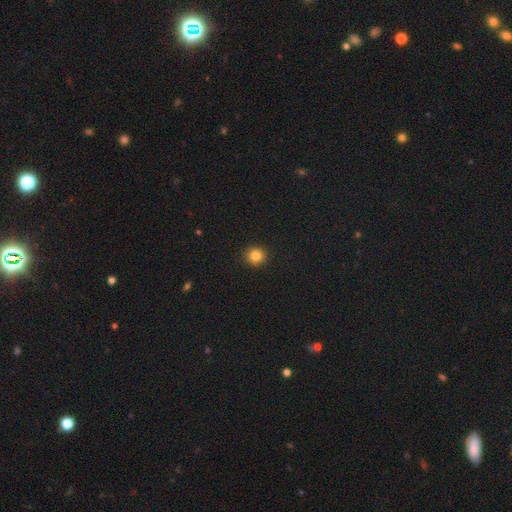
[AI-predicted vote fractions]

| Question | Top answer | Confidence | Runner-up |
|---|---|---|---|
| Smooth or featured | smooth | 83% | star or artifact (12%) |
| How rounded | round | 92% | in between (7%) |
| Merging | none | 92% | minor disturbance (6%) |